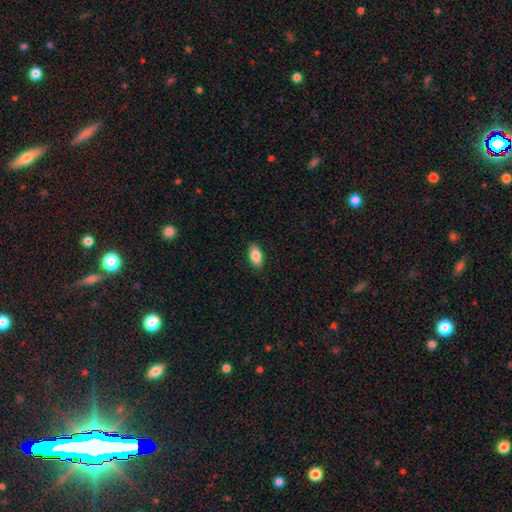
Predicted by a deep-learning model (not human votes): smooth 85%, featured or disk 8%, star or artifact 7%. Down the decision tree: how rounded — in between (91%); merging — none (87%).